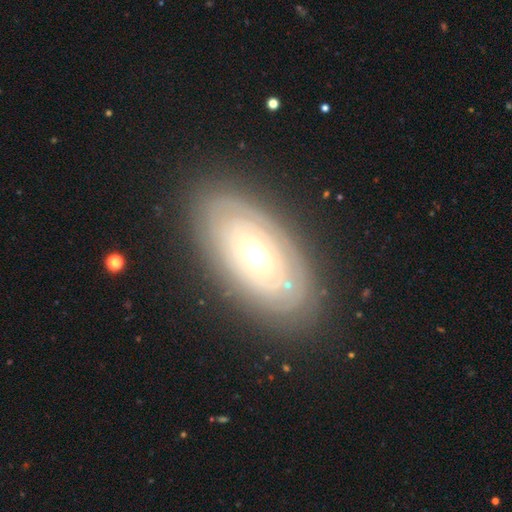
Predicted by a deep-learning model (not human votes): A featured or disk galaxy (72%) with no bar (79%), spiral arms (61%) and a moderate central bulge (69%).

Vote fractions:
- Smooth or featured? featured or disk: 72% / smooth: 21% / star or artifact: 6%
- Edge-on disk? no: 91% / yes: 9%
- Bar? no: 79% / weak: 15% / strong: 6%
- Spiral arms? yes: 61% / no: 39%
- Bulge size? moderate: 69% / small: 20% / large: 9% / dominant: 1% / none: 1%
- Merging? none: 83% / minor disturbance: 12% / major disturbance: 4% / merger: 1%